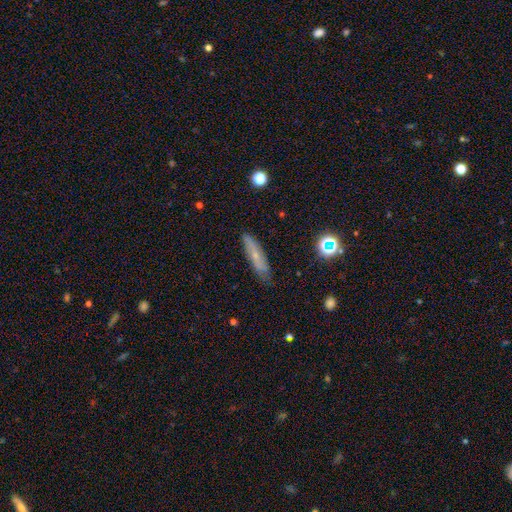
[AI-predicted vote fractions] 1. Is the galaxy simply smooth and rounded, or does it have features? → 54% smooth, 36% featured or disk, 10% star or artifact.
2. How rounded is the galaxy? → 76% cigar-shaped, 21% in between, 3% round.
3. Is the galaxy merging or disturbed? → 78% none, 17% minor disturbance, 3% major disturbance, 2% merger.